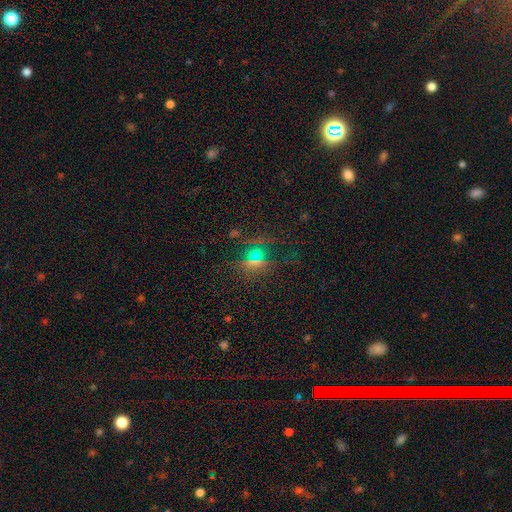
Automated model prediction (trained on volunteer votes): Smooth or featured? smooth (45%)
Merging? none (74%)